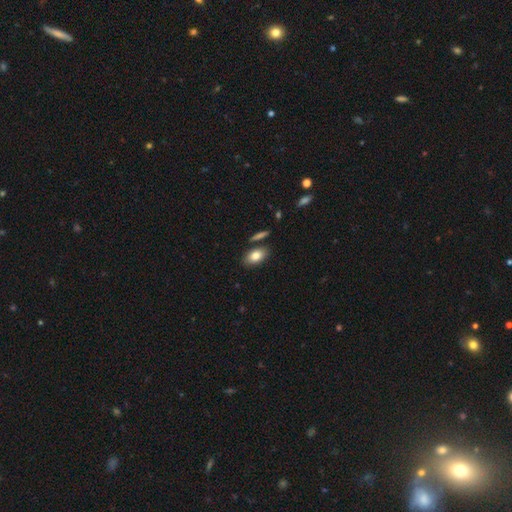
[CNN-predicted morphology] A smooth galaxy with no disk features (82%) that is in between round and cigar-shaped (89%).

Vote fractions:
- Smooth or featured? smooth: 82% / featured or disk: 11% / star or artifact: 7%
- How rounded? in between: 89% / round: 8% / cigar-shaped: 3%
- Merging? none: 79% / minor disturbance: 11% / merger: 7% / major disturbance: 3%